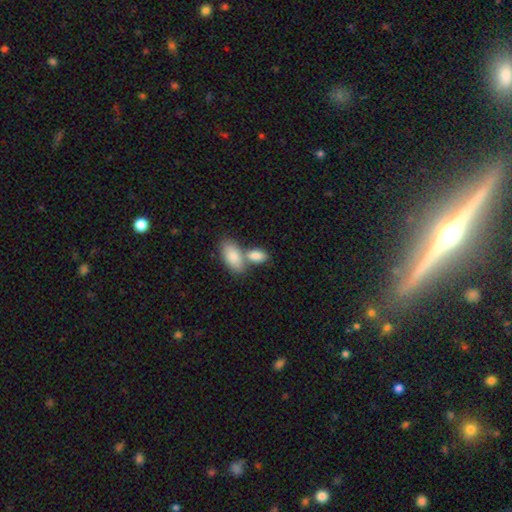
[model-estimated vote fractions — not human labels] Smooth or featured? smooth (86%)
How rounded? in between (92%)
Merging? merger (51%)